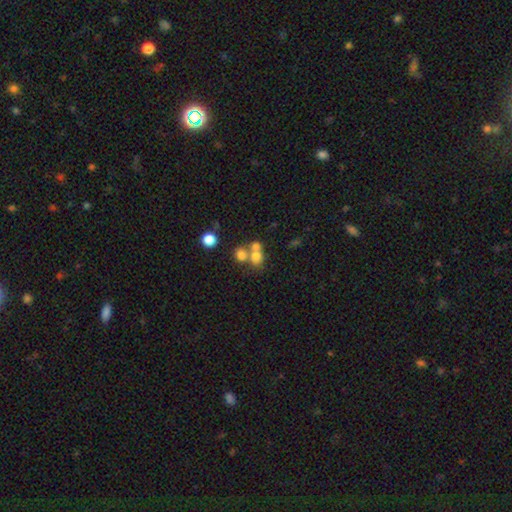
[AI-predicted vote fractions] Morphology: type=smooth (69%); roundness=round (67%); merging=merger (52%).